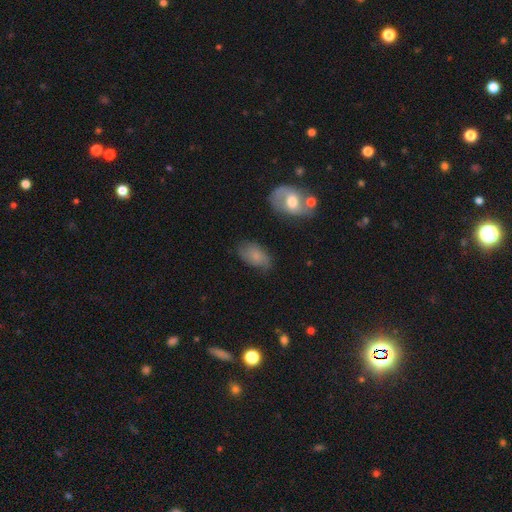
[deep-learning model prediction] Smooth or featured: smooth — 71% (featured or disk — 20%)
How rounded: in between — 91% (round — 7%)
Merging: none — 64% (minor disturbance — 25%)